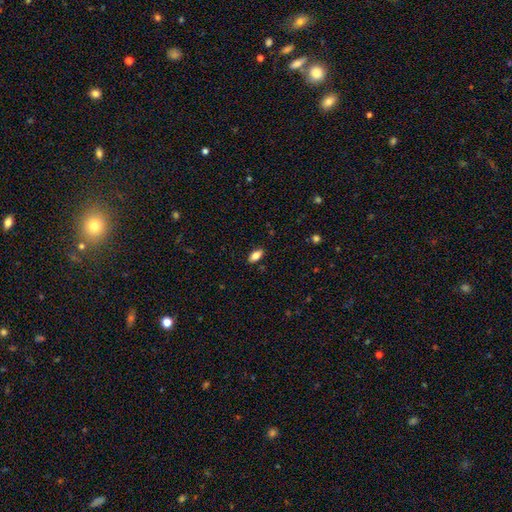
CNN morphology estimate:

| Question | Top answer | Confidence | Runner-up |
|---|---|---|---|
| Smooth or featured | smooth | 81% | featured or disk (11%) |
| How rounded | in between | 88% | cigar-shaped (9%) |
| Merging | none | 88% | minor disturbance (9%) |